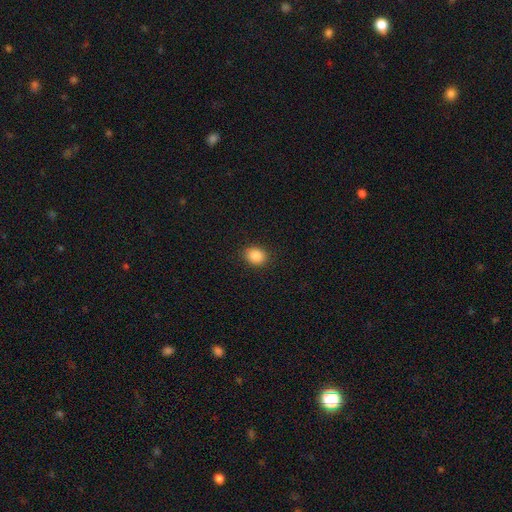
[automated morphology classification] Smooth or featured?
  - smooth: 86% *
  - star or artifact: 9%
  - featured or disk: 4%
How rounded?
  - round: 61% *
  - in between: 39%
  - cigar-shaped: 1%
Merging?
  - none: 89% *
  - minor disturbance: 8%
  - major disturbance: 2%
  - merger: 1%